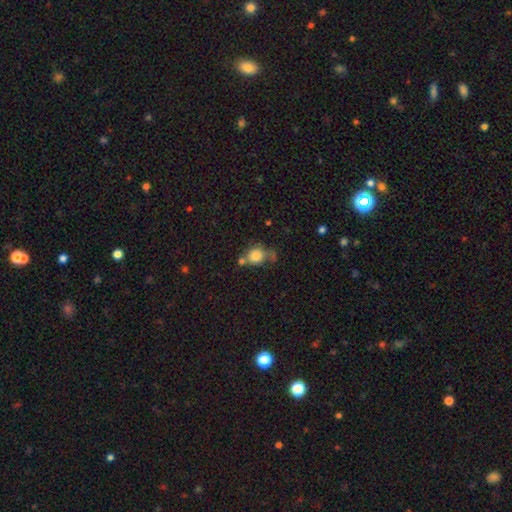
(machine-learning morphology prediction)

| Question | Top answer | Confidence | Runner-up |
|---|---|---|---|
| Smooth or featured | smooth | 80% | star or artifact (11%) |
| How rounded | round | 76% | in between (23%) |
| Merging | none | 49% | merger (24%) |